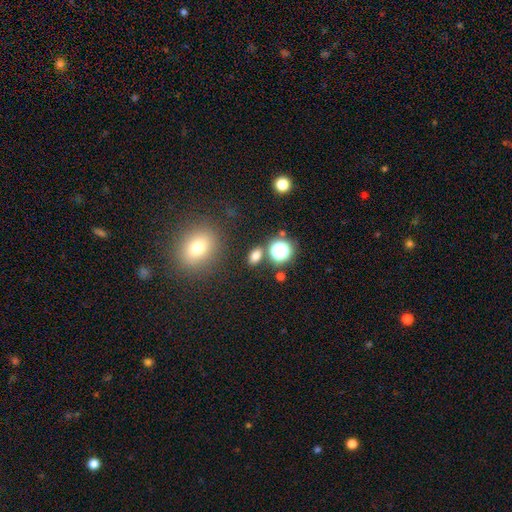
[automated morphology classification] Smooth or featured: smooth — 73% (star or artifact — 19%)
How rounded: in between — 73% (round — 24%)
Merging: none — 80% (minor disturbance — 9%)